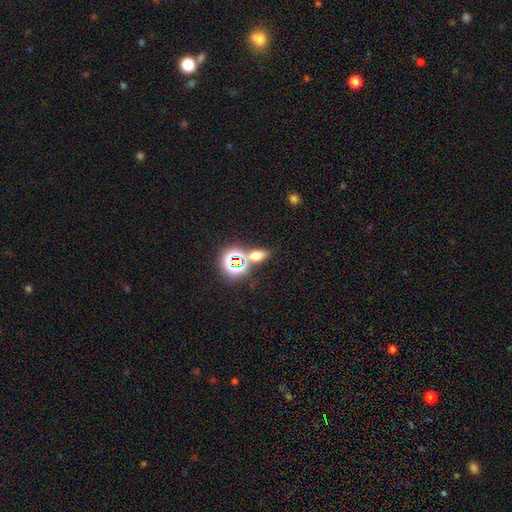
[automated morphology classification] Q: Smooth or featured?
A: smooth (52%); runner-up: star or artifact (36%)
Q: How rounded?
A: in between (67%); runner-up: round (23%)
Q: Merging?
A: none (69%); runner-up: merger (18%)